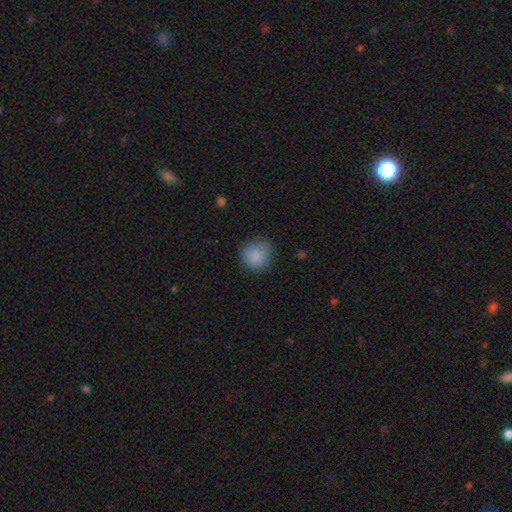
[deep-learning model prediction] This is clearly a smooth galaxy (85%). How rounded: clearly round (87%). Merging: likely none (72%).